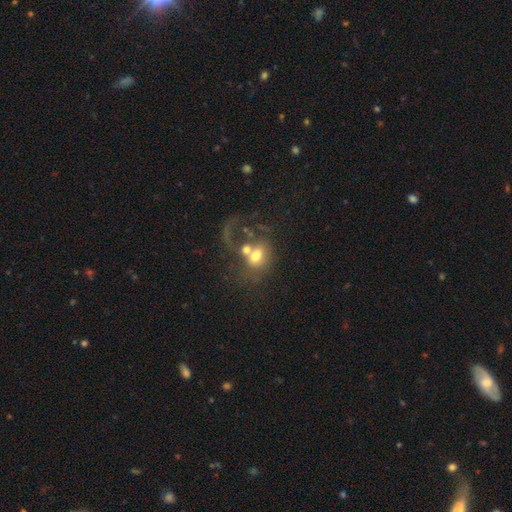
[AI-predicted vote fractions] A smooth galaxy with no disk features (50%) that is in between round and cigar-shaped (57%). Merging: merger (57%).